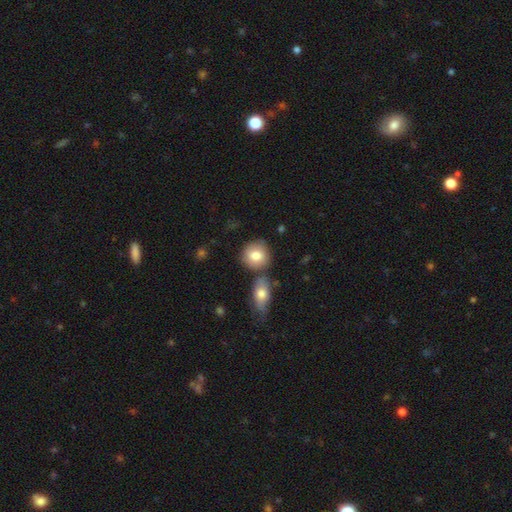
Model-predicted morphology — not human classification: type=smooth (81%); roundness=round (81%); merging=none (69%).